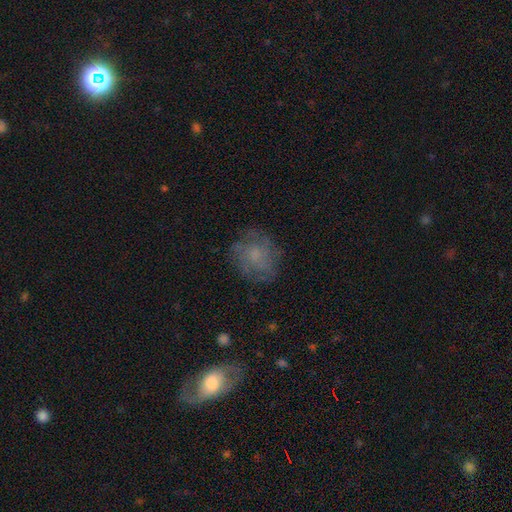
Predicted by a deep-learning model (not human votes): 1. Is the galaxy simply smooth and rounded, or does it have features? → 46% smooth, 42% featured or disk, 12% star or artifact.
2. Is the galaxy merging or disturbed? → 70% none, 18% minor disturbance, 10% major disturbance, 1% merger.